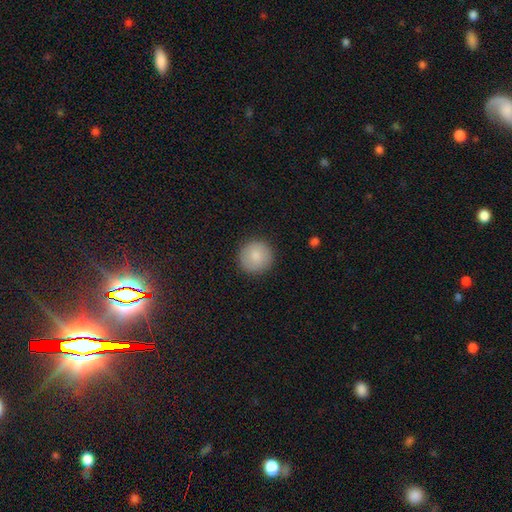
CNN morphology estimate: Q: Smooth or featured?
A: smooth (85%); runner-up: featured or disk (8%)
Q: How rounded?
A: round (95%); runner-up: in between (4%)
Q: Merging?
A: none (91%); runner-up: minor disturbance (6%)